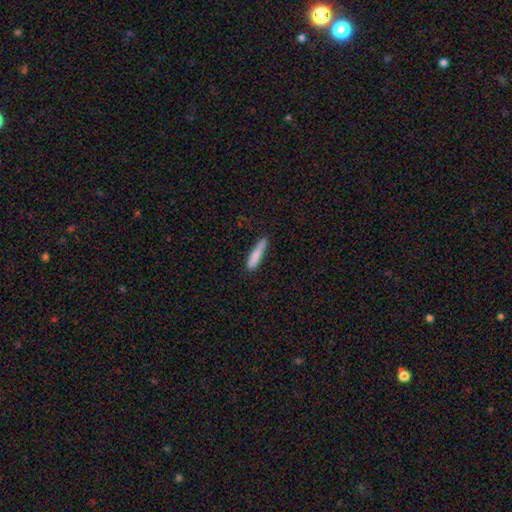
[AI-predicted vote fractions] The model was most divided on "merging": none: 76%, minor disturbance: 19%, major disturbance: 3%, merger: 2%. More confident: how rounded — cigar-shaped (87%); smooth or featured — smooth (83%).